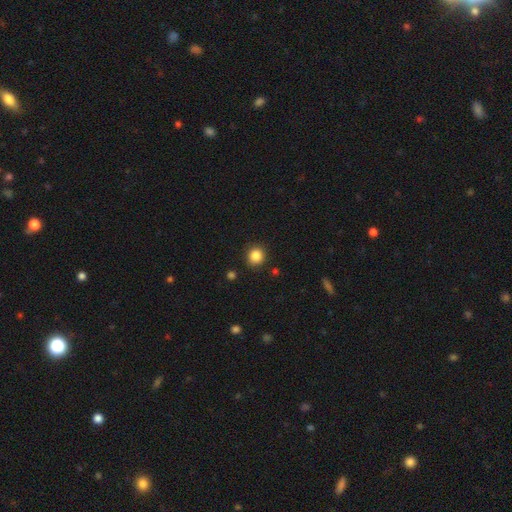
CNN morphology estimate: type=smooth (86%); roundness=round (87%); merging=none (89%).